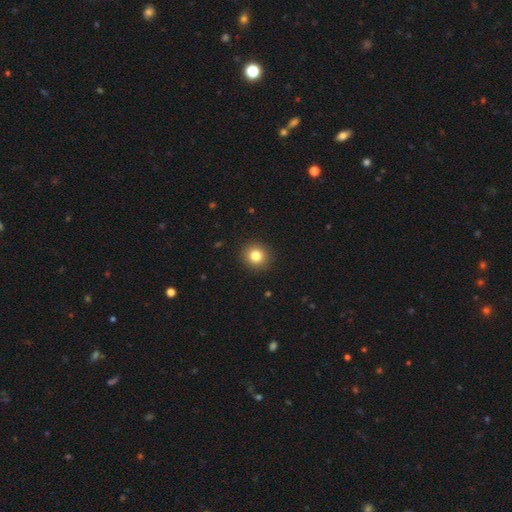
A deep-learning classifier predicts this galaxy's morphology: smooth_or_featured: smooth (p=0.82) [alt: star or artifact p=0.11]
how_rounded: round (p=0.91) [alt: in between p=0.08]
merging: none (p=0.92) [alt: minor disturbance p=0.05]